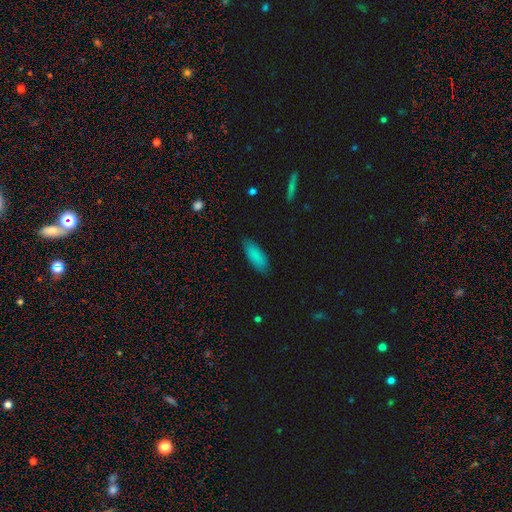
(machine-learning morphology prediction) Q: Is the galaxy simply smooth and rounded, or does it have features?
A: smooth — 87%.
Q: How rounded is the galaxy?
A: in between — 74%.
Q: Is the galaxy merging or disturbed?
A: none — 84%.